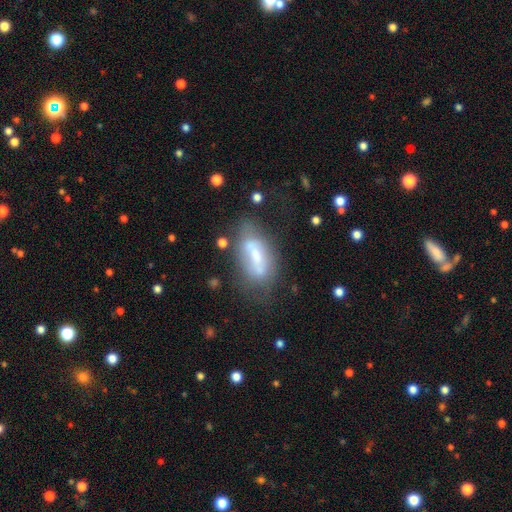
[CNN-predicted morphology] This is possibly a featured or disk galaxy (49%). Merging: marginally none (43%).